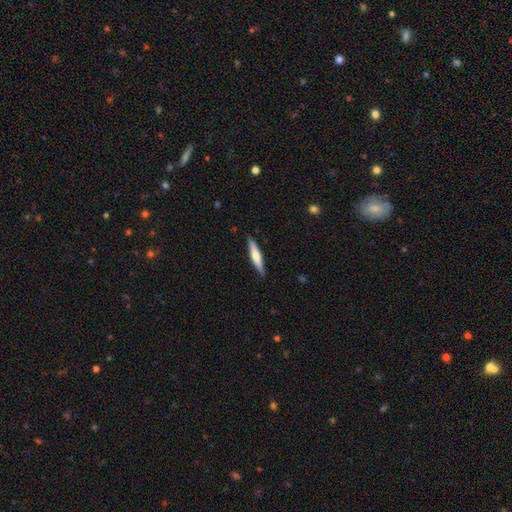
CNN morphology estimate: type=smooth (52%); roundness=cigar-shaped (88%); merging=none (88%).